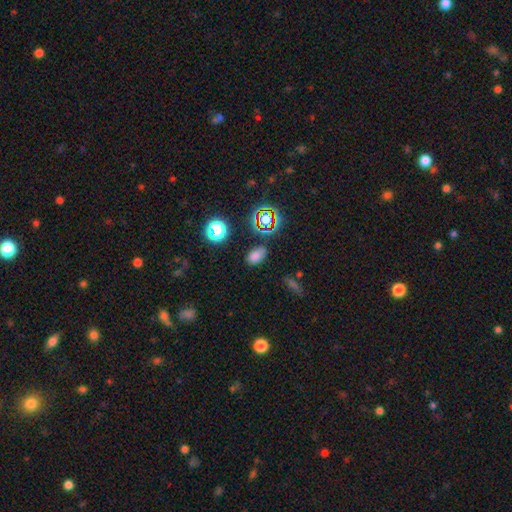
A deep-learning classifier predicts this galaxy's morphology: A smooth galaxy with no disk features (72%) that is in between round and cigar-shaped (85%). Merging: none (80%).